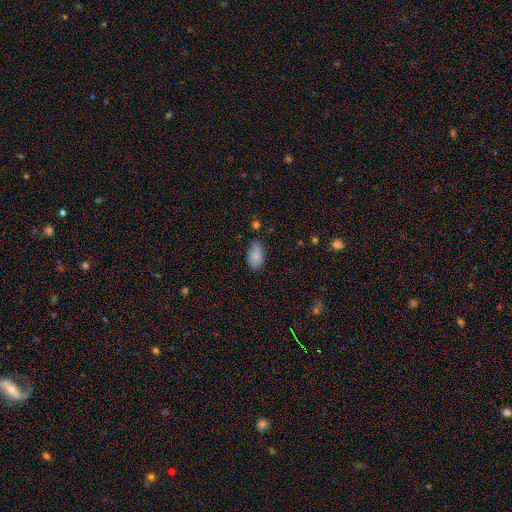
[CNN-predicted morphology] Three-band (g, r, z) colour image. It shows a smooth galaxy with no disk features (86%) that is in between round and cigar-shaped (93%). Merging: none (73%).